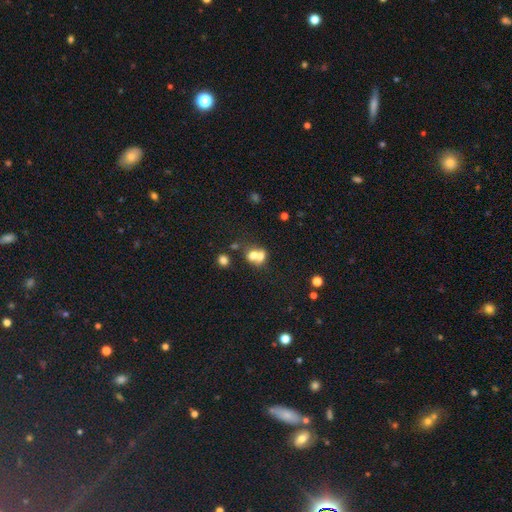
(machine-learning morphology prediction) Smooth or featured: smooth — 65% (featured or disk — 21%)
How rounded: round — 63% (in between — 35%)
Merging: merger — 64% (none — 25%)